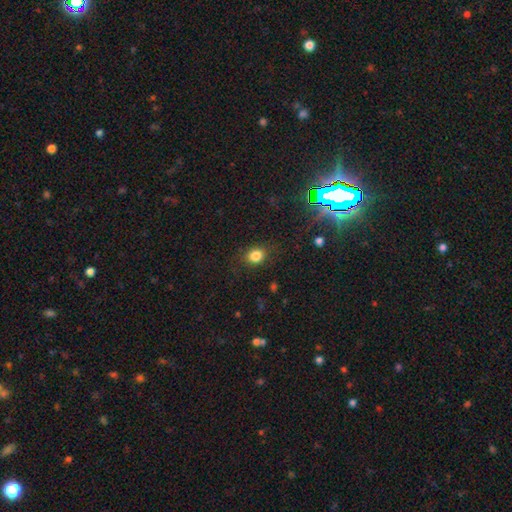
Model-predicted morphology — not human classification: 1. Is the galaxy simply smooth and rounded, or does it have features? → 82% smooth, 13% star or artifact, 6% featured or disk.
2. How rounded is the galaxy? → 58% round, 41% in between, 1% cigar-shaped.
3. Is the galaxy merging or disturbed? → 82% none, 12% minor disturbance, 5% major disturbance, 1% merger.